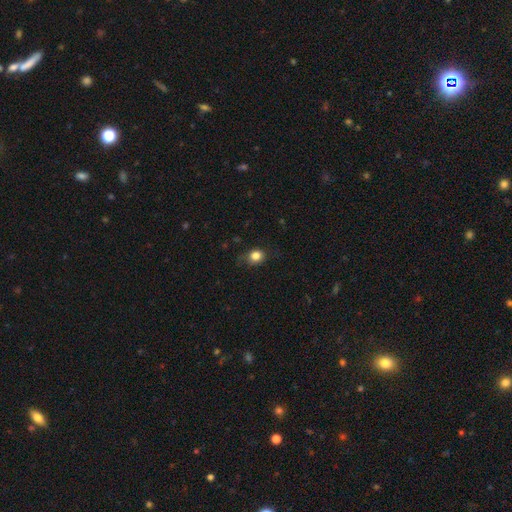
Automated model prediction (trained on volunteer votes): smooth 83%, star or artifact 11%, featured or disk 6%. Down the decision tree: how rounded — round (62%); merging — none (76%).